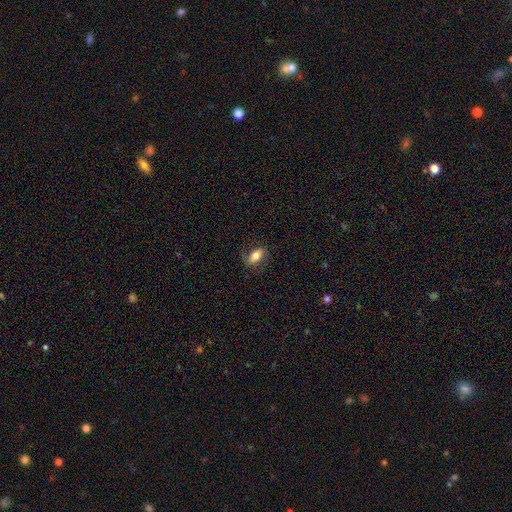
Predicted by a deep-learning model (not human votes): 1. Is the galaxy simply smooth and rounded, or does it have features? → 62% smooth, 30% featured or disk, 8% star or artifact.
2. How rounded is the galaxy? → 86% in between, 7% cigar-shaped, 7% round.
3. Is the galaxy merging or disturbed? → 73% none, 18% minor disturbance, 8% major disturbance, 1% merger.